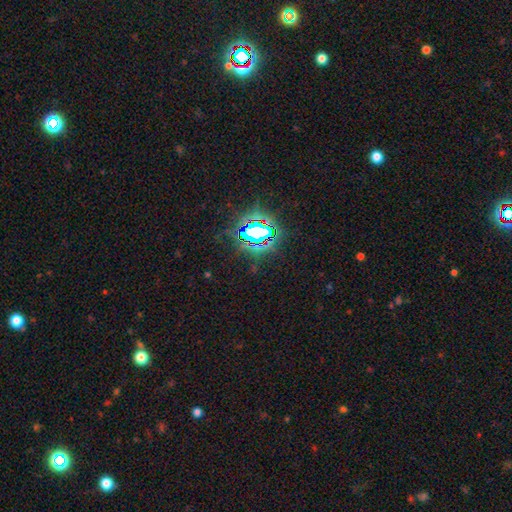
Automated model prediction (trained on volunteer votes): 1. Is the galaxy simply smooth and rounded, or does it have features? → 82% star or artifact, 11% smooth, 7% featured or disk.